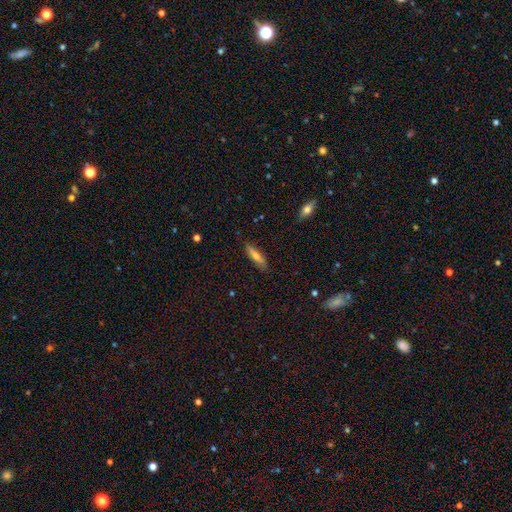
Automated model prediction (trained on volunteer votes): A smooth galaxy with no disk features (62%) that is cigar-shaped (72%). Merging: none (85%).